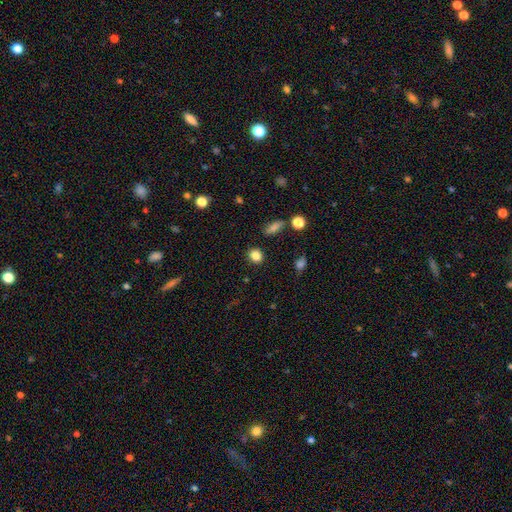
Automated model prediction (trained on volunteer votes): This appears to be a smooth galaxy with no disk features (85%) that is round (74%). Merging: none (88%).